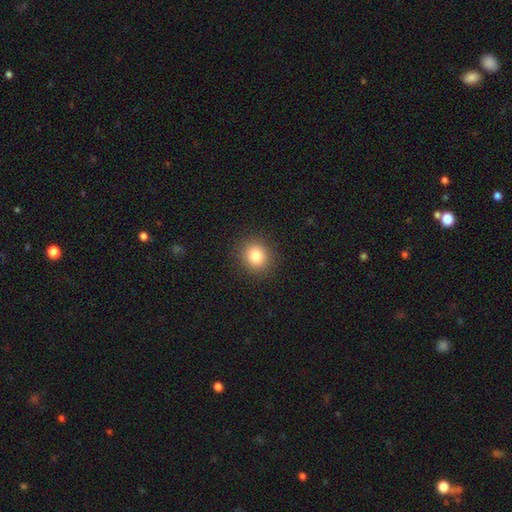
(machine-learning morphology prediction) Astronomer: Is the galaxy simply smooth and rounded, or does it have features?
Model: smooth — 83%.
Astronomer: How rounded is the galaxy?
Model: round — 83%.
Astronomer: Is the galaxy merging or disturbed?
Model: none — 90%.